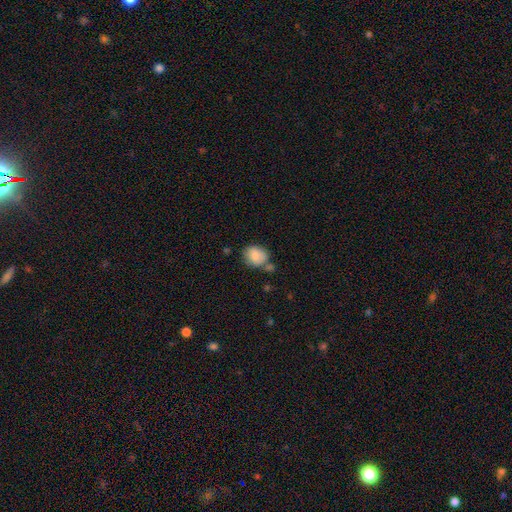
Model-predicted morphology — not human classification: smooth-or-featured: smooth: 82% | featured or disk: 10% | star or artifact: 7%
  how-rounded: round: 57% | in between: 42% | cigar-shaped: 1%
  merging: none: 61% | minor disturbance: 20% | merger: 14% | major disturbance: 5%